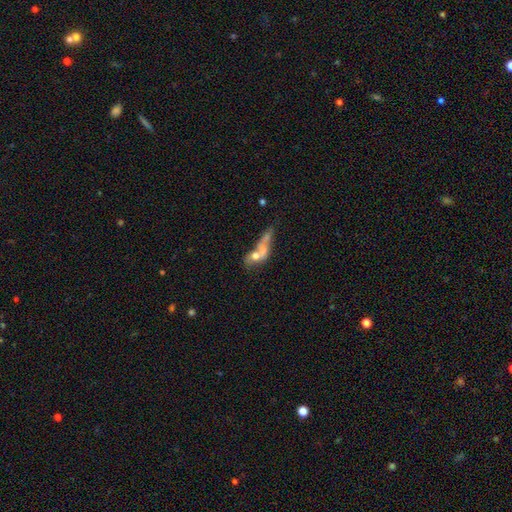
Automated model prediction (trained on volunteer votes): Q: Smooth or featured?
A: featured or disk (43%); runner-up: smooth (40%)
Q: Merging?
A: merger (51%); runner-up: none (21%)